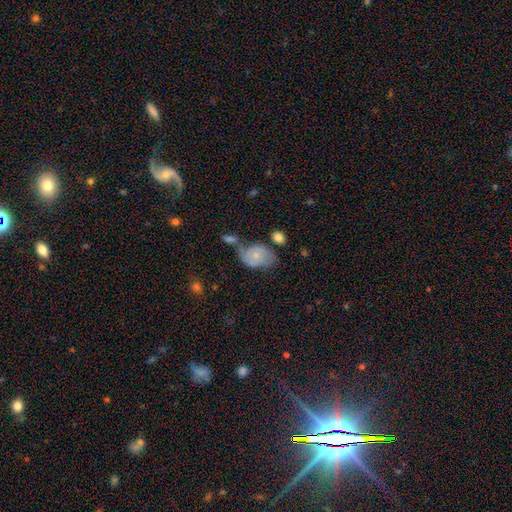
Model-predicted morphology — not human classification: featured or disk 48%, smooth 44%, star or artifact 8%. Down the decision tree: merging — none (39%).